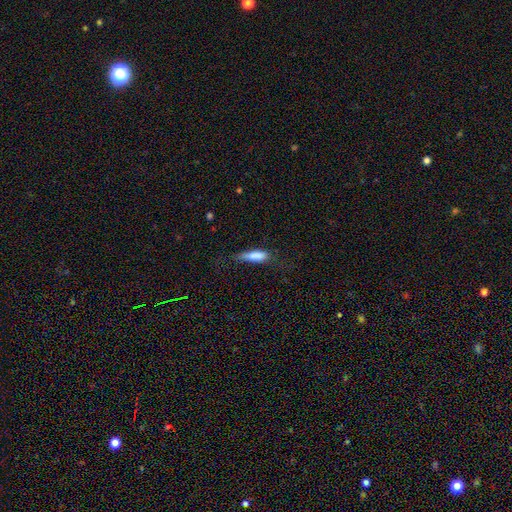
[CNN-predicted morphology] type=smooth (77%); roundness=cigar-shaped (60%); merging=none (46%).